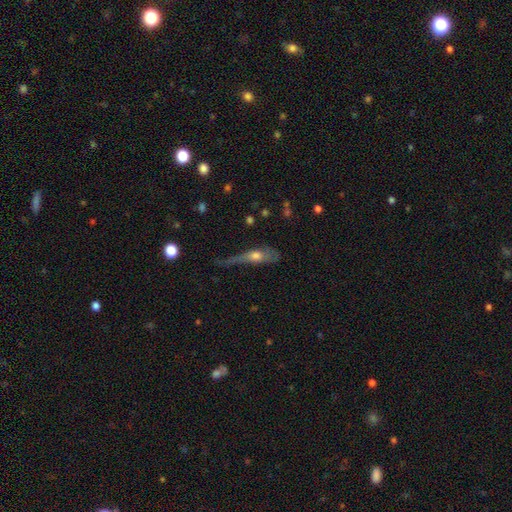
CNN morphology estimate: Q: Smooth or featured?
A: smooth (51%); runner-up: featured or disk (40%)
Q: How rounded?
A: cigar-shaped (49%); runner-up: in between (44%)
Q: Merging?
A: major disturbance (43%); runner-up: minor disturbance (29%)